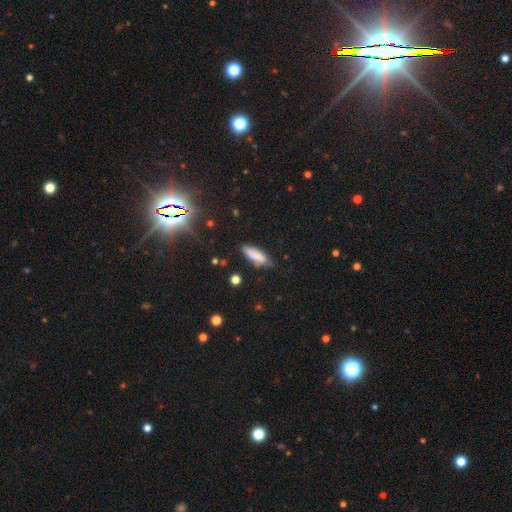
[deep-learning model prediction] Smooth or featured?
  - smooth: 79% *
  - featured or disk: 13%
  - star or artifact: 8%
How rounded?
  - in between: 58% *
  - cigar-shaped: 40%
  - round: 2%
Merging?
  - none: 66% *
  - minor disturbance: 26%
  - major disturbance: 5%
  - merger: 3%